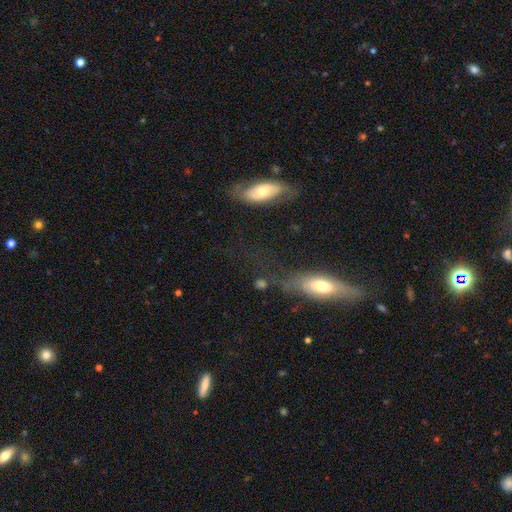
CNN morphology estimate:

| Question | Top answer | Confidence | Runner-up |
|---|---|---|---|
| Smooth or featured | featured or disk | 45% | smooth (38%) |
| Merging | none | 57% | minor disturbance (22%) |